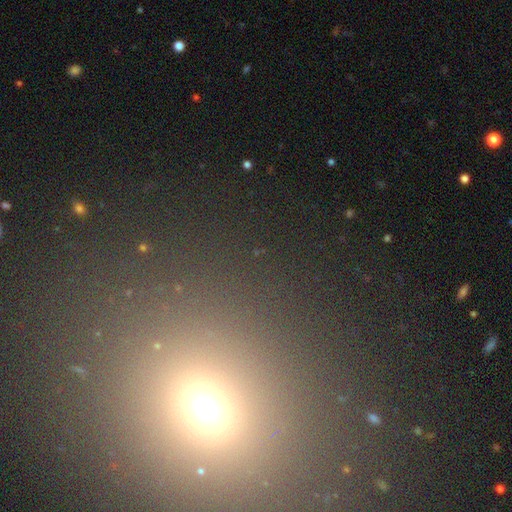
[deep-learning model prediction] This is possibly a star or artifact rather than a galaxy (48%).